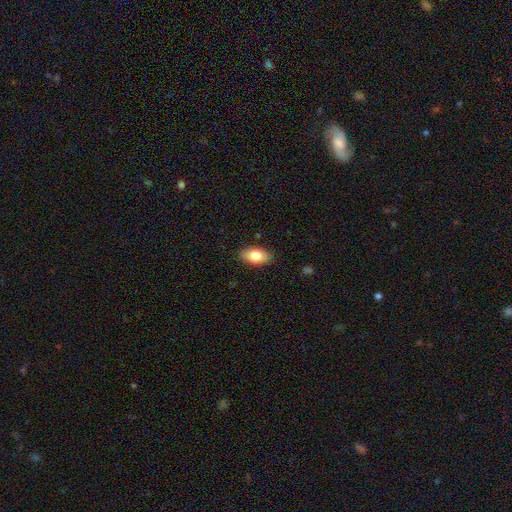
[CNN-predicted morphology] Smooth or featured: smooth — 80% (featured or disk — 13%)
How rounded: in between — 92% (cigar-shaped — 4%)
Merging: none — 87% (minor disturbance — 9%)